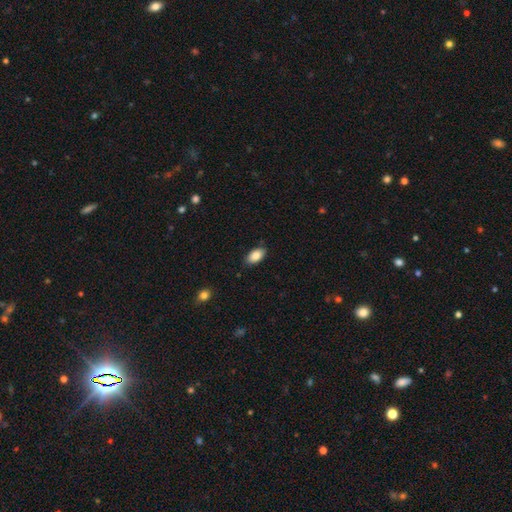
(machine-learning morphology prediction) type=smooth (87%); roundness=in between (93%); merging=none (84%).